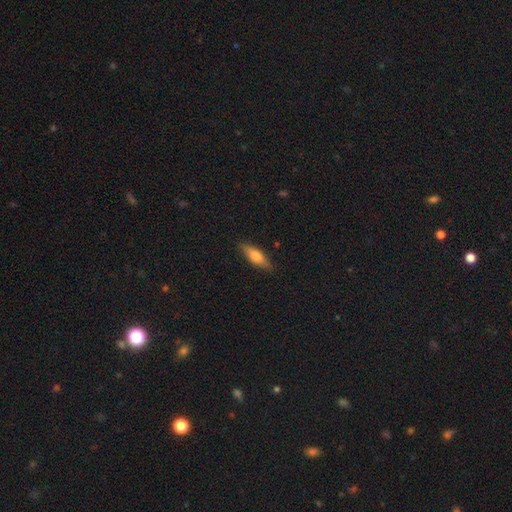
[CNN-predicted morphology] smooth_or_featured: smooth (p=0.70) [alt: featured or disk p=0.24]
how_rounded: in between (p=0.55) [alt: cigar-shaped p=0.43]
merging: none (p=0.85) [alt: minor disturbance p=0.12]